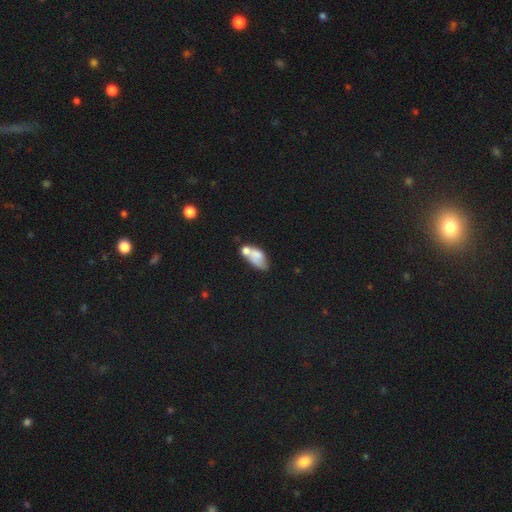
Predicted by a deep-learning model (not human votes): A smooth galaxy with no disk features (65%) that is in between round and cigar-shaped (86%). Merging: merger (44%).